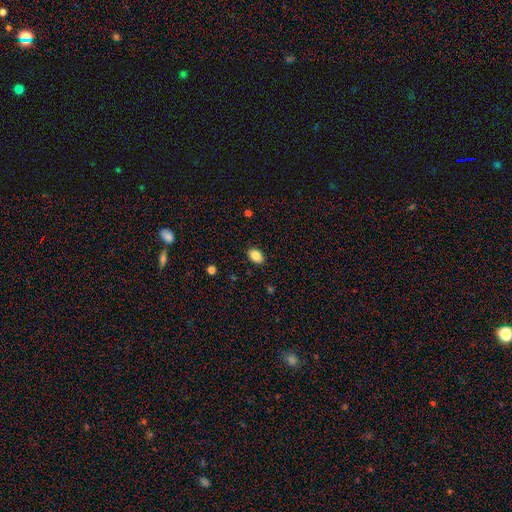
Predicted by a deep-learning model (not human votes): smooth-or-featured: smooth: 86% | star or artifact: 9% | featured or disk: 6%
  how-rounded: in between: 82% | round: 17% | cigar-shaped: 1%
  merging: none: 88% | minor disturbance: 9% | major disturbance: 2% | merger: 1%